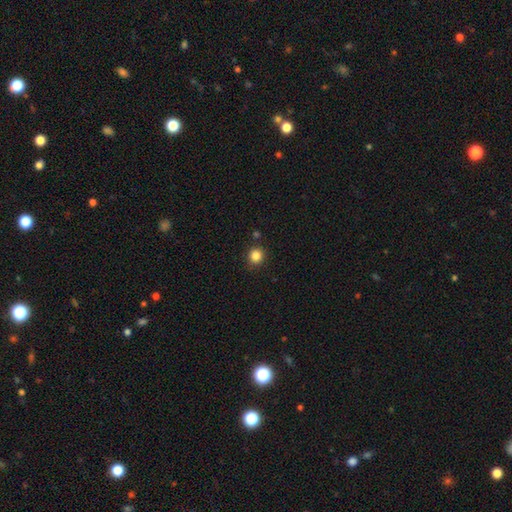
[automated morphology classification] Smooth or featured?
  - smooth: 84% *
  - star or artifact: 12%
  - featured or disk: 4%
How rounded?
  - round: 88% *
  - in between: 11%
  - cigar-shaped: 1%
Merging?
  - none: 87% *
  - minor disturbance: 8%
  - merger: 3%
  - major disturbance: 2%